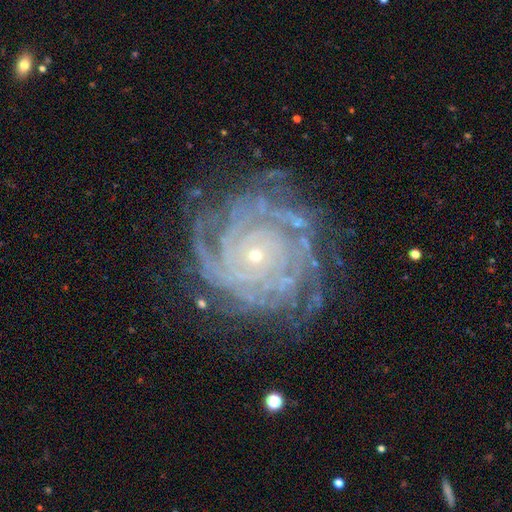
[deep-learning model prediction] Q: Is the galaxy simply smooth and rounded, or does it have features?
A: featured or disk — 89%.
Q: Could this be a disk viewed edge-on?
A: no — 97%.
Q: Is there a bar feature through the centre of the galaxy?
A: no — 82%.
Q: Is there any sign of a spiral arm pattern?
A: yes — 98%.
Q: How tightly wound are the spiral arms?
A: tight — 84%.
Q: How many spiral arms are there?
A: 4 — 23%, tied with can't tell.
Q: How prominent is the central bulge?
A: small — 83%.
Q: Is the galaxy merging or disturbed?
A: none — 71%.